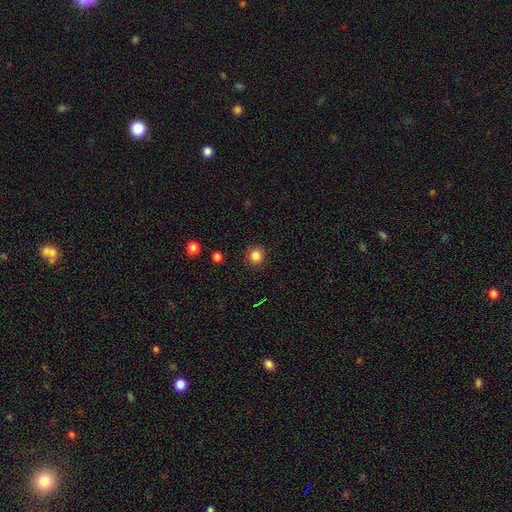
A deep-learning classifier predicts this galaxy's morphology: Smooth or featured: smooth — 83% (star or artifact — 12%)
How rounded: round — 92% (in between — 7%)
Merging: none — 91% (minor disturbance — 6%)